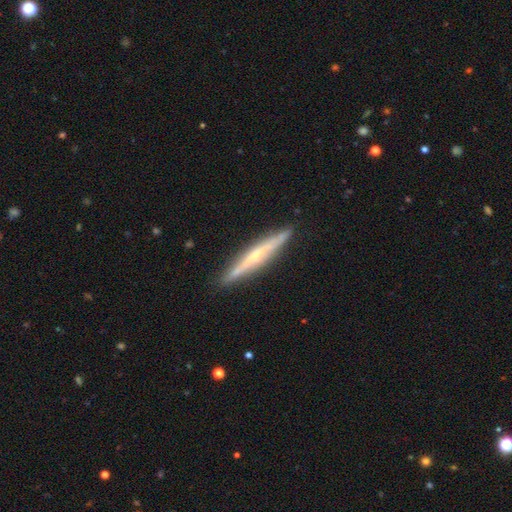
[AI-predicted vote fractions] Overall: featured or disk (68%). Edge-on disk: yes (96%). Edge-on bulge: rounded (59%; none 33%). Merging: none (89%).